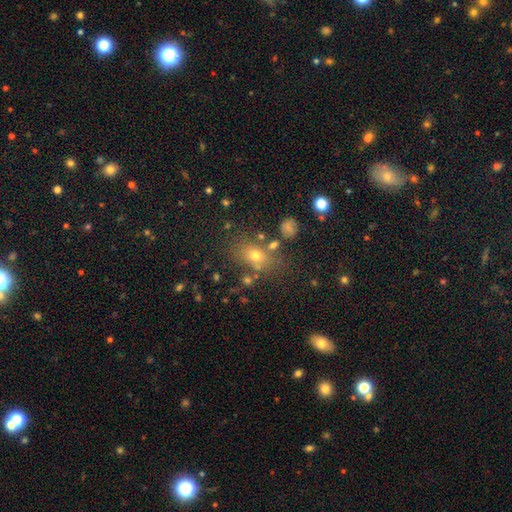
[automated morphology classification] smooth_or_featured: smooth (p=0.65) [alt: star or artifact p=0.18]
how_rounded: in between (p=0.65) [alt: round p=0.32]
merging: none (p=0.68) [alt: minor disturbance p=0.14]